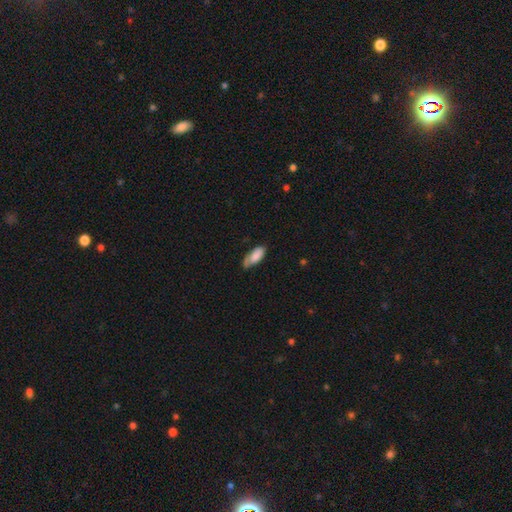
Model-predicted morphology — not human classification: smooth-or-featured: smooth: 78% | featured or disk: 15% | star or artifact: 6%
  how-rounded: in between: 85% | cigar-shaped: 13% | round: 2%
  merging: none: 49% | minor disturbance: 37% | major disturbance: 11% | merger: 3%